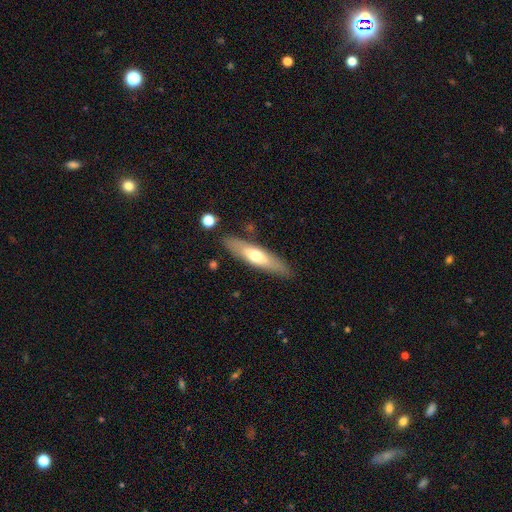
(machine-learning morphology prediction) Smooth or featured: smooth — 53% (featured or disk — 41%)
How rounded: cigar-shaped — 73% (in between — 25%)
Merging: none — 85% (minor disturbance — 10%)